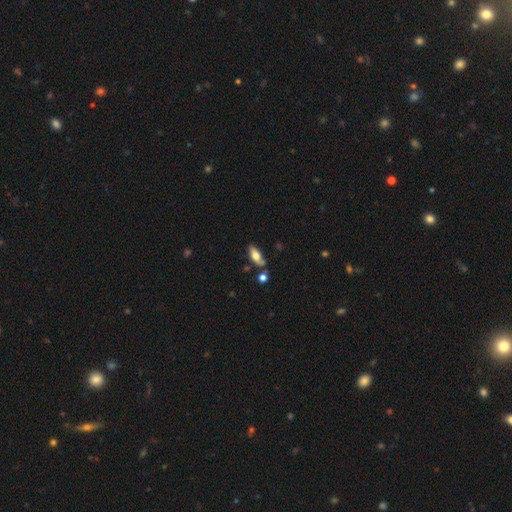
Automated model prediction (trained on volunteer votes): This is likely a smooth galaxy (66%). How rounded: clearly in between (80%). Merging: likely none (67%).